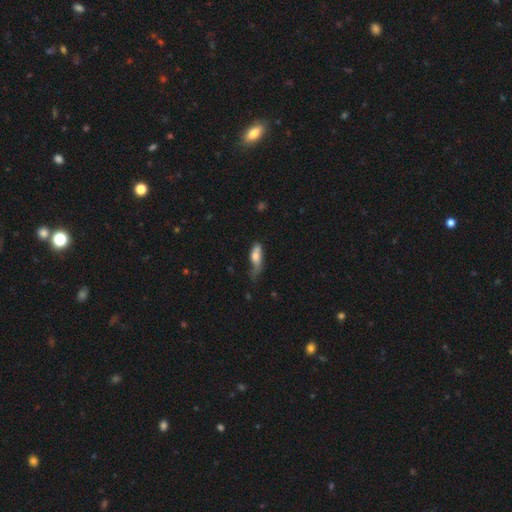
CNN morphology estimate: Overall: smooth (64%; featured or disk 28%). How rounded: in between (63%; cigar-shaped 34%). Merging: minor disturbance (39%; none 29%).